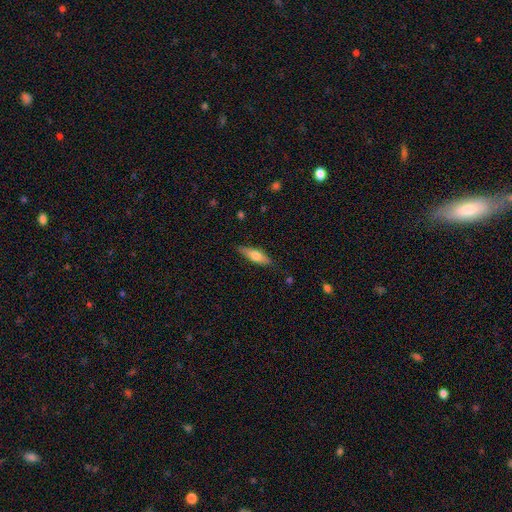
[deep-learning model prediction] smooth-or-featured: smooth: 59% | featured or disk: 35% | star or artifact: 6%
  how-rounded: cigar-shaped: 51% | in between: 46% | round: 3%
  merging: none: 82% | minor disturbance: 14% | major disturbance: 3% | merger: 1%